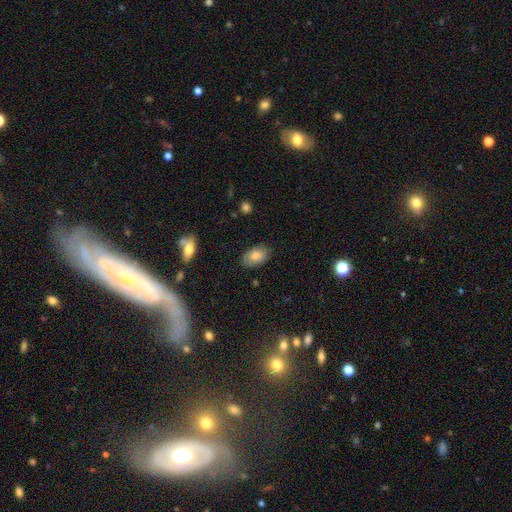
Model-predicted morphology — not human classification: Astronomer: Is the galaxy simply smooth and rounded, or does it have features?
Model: smooth — 79%.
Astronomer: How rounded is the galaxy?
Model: in between — 91%.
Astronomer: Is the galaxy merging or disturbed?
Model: none — 83%.